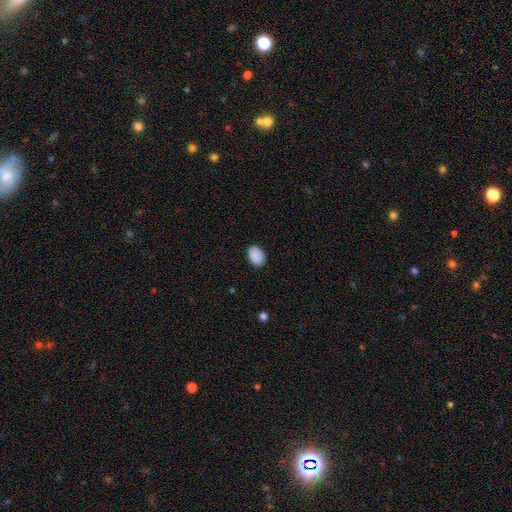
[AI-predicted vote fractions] smooth-or-featured: smooth: 90% | star or artifact: 7% | featured or disk: 2%
  how-rounded: in between: 84% | round: 15% | cigar-shaped: 1%
  merging: none: 88% | minor disturbance: 9% | major disturbance: 2% | merger: 1%